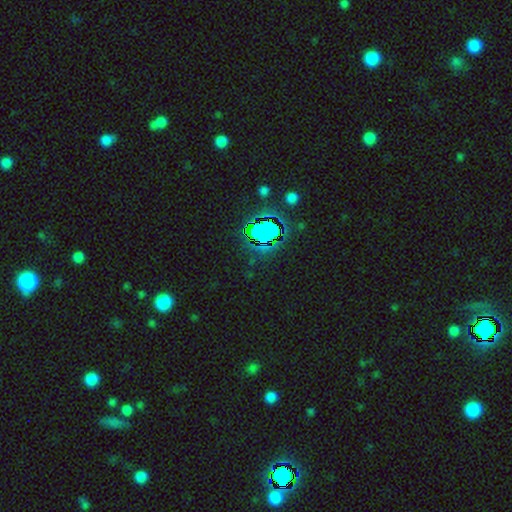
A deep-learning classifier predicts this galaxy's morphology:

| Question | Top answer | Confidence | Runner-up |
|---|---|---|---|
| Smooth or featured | star or artifact | 79% | smooth (13%) |